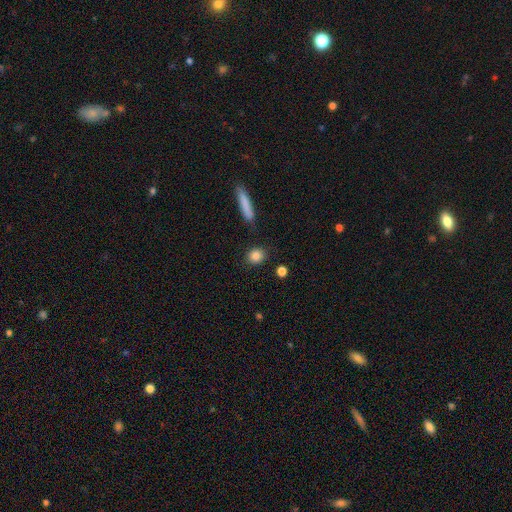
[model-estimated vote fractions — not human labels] Smooth or featured?
  - smooth: 85% *
  - star or artifact: 8%
  - featured or disk: 6%
How rounded?
  - round: 70% *
  - in between: 26%
  - cigar-shaped: 4%
Merging?
  - none: 86% *
  - minor disturbance: 8%
  - merger: 3%
  - major disturbance: 2%